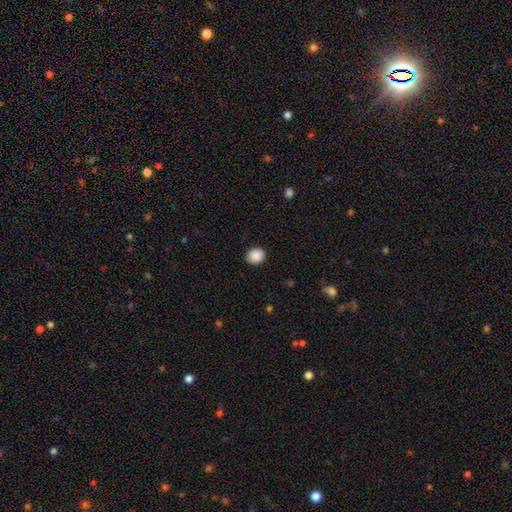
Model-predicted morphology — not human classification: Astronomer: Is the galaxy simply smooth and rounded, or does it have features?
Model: smooth — 89%.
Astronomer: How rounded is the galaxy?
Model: round — 70%.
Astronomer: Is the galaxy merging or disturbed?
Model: none — 91%.